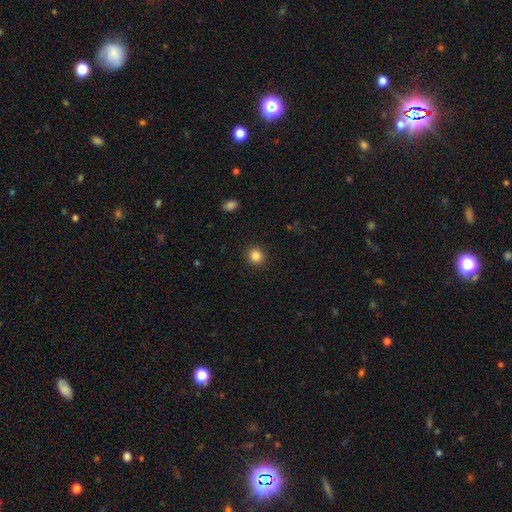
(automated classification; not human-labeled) Overall: smooth (85%). How rounded: round (90%). Merging: none (91%).